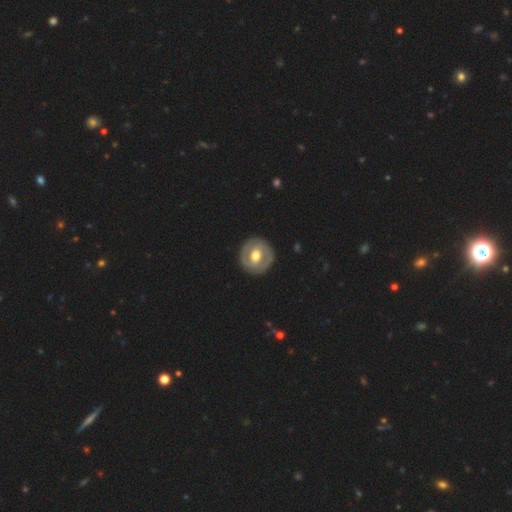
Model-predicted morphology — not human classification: Smooth or featured? Predicted: featured or disk (p=0.59). Edge-on disk? Predicted: no (p=0.96). Bar? Predicted: no (p=0.44). Spiral arms? Predicted: no (p=0.57). Bulge size? Predicted: moderate (p=0.68). Merging? Predicted: none (p=0.87).